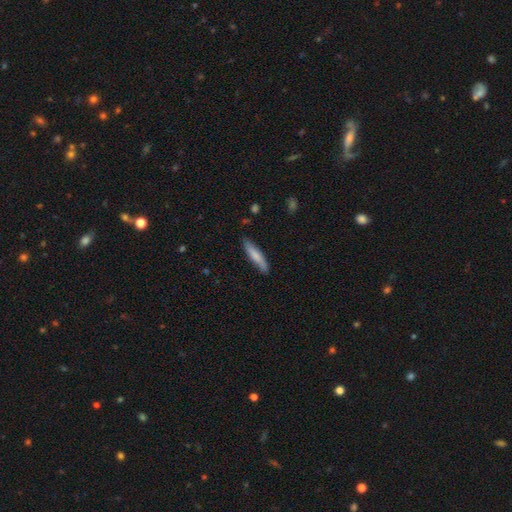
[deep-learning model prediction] A smooth galaxy with no disk features (75%) that is cigar-shaped (83%). Merging: none (81%).